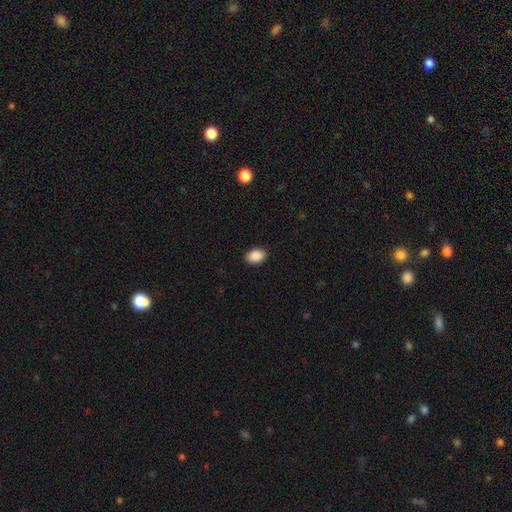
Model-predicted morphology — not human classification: A smooth galaxy with no disk features (90%) that is in between round and cigar-shaped (77%). Merging: none (90%).